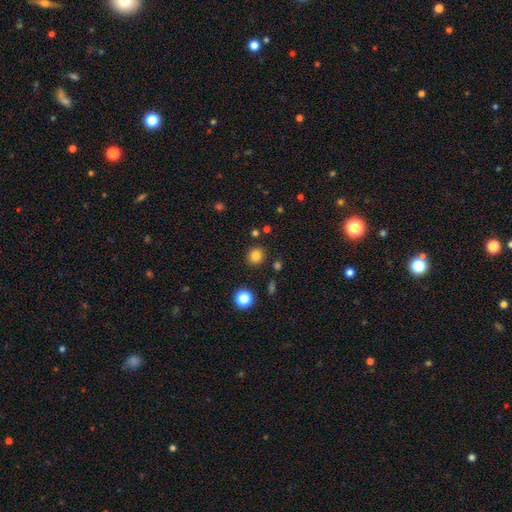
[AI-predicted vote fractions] The model was most divided on "smooth or featured": smooth: 82%, star or artifact: 13%, featured or disk: 5%. More confident: merging — none (86%); how rounded — round (85%).